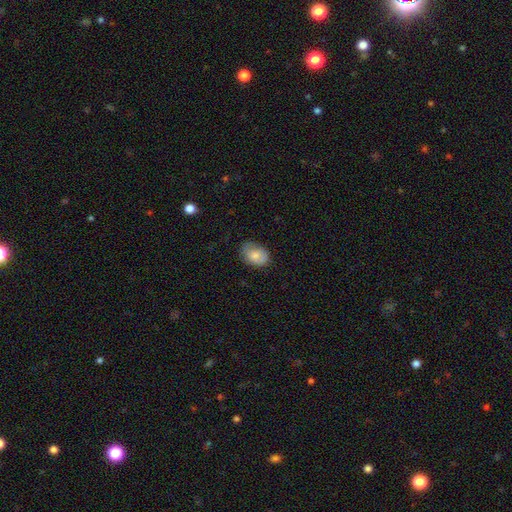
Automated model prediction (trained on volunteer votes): smooth 73%, featured or disk 20%, star or artifact 7%. Down the decision tree: how rounded — in between (74%); merging — none (65%).